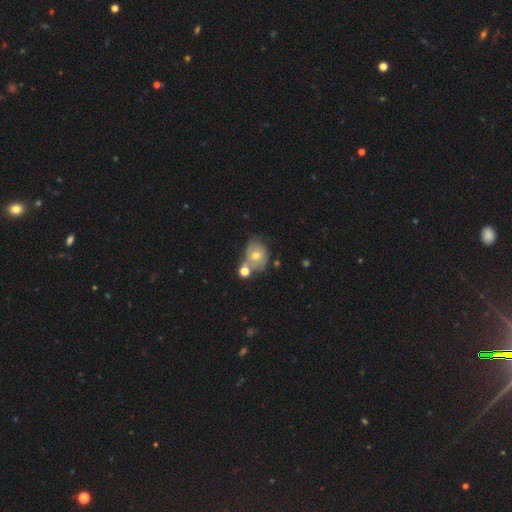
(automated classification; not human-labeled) A smooth galaxy with no disk features (56%) that is round (52%).

Vote fractions:
- Smooth or featured? smooth: 56% / featured or disk: 33% / star or artifact: 11%
- How rounded? round: 52% / in between: 47% / cigar-shaped: 1%
- Merging? none: 39% / merger: 30% / minor disturbance: 21% / major disturbance: 10%